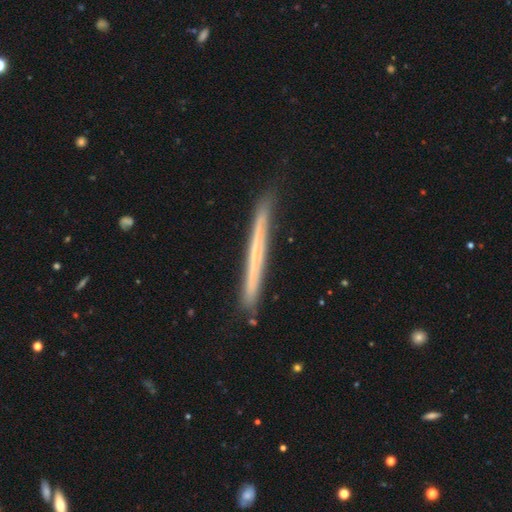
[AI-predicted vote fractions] The model was most divided on "smooth or featured": featured or disk: 52%, smooth: 42%, star or artifact: 6%. More confident: edge-on disk — yes (95%); merging — none (85%).